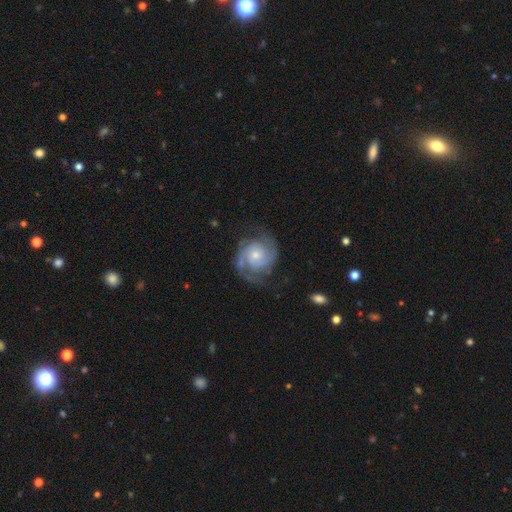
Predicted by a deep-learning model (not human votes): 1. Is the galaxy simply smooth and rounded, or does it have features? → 88% featured or disk, 7% smooth, 5% star or artifact.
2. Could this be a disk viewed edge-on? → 98% no, 2% yes.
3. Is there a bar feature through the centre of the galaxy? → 72% no, 24% weak, 4% strong.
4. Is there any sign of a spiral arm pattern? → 97% yes, 3% no.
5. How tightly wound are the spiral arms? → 50% tight, 41% medium, 9% loose.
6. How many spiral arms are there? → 82% 2, 6% 3, 6% can't tell, 2% 1, 2% 4, 2% more than 4.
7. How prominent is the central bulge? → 57% small, 37% moderate, 3% large, 2% none, 1% dominant.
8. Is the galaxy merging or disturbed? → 73% none, 17% minor disturbance, 9% major disturbance, 2% merger.